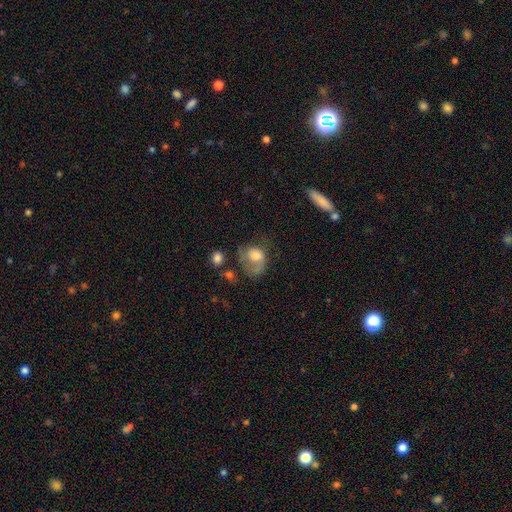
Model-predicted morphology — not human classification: This is possibly a smooth galaxy (57%). How rounded: possibly in between (51%). Merging: marginally major disturbance (43%).